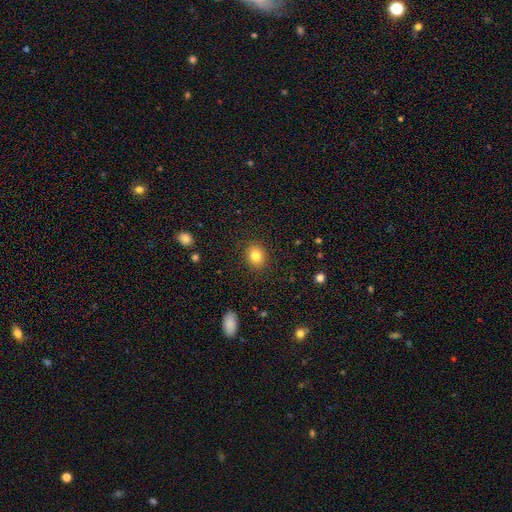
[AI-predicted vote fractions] This is clearly a smooth galaxy (82%). How rounded: likely round (61%). Merging: clearly none (89%).